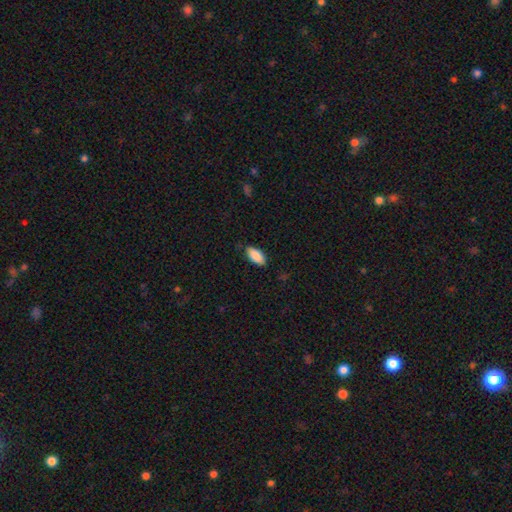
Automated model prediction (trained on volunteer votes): smooth-or-featured: smooth: 87% | featured or disk: 6% | star or artifact: 6%
  how-rounded: in between: 91% | cigar-shaped: 7% | round: 2%
  merging: none: 83% | minor disturbance: 13% | major disturbance: 2% | merger: 1%